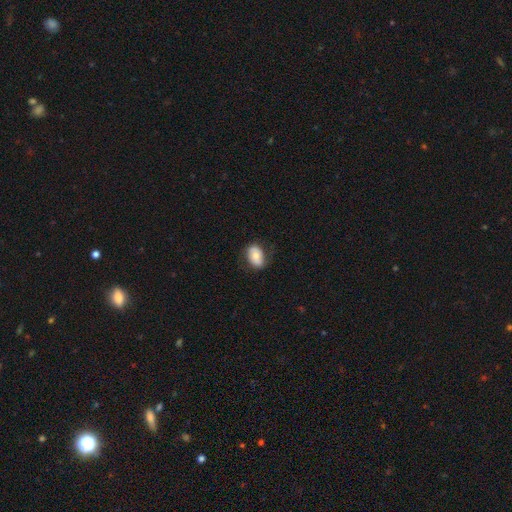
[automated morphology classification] Overall: smooth (69%). How rounded: in between (85%). Merging: none (75%).